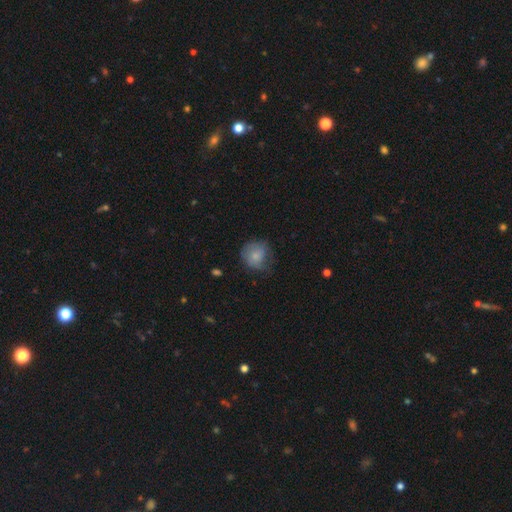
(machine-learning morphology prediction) A smooth galaxy with no disk features (76%) that is round (83%). Merging: none (54%).